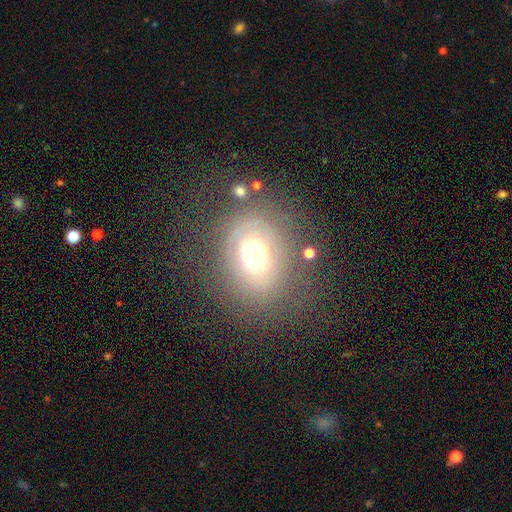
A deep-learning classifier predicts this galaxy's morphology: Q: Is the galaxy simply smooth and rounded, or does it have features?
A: featured or disk — 61%.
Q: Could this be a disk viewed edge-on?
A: no — 94%.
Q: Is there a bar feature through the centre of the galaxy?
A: no — 88%.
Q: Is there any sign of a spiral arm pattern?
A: no — 64%.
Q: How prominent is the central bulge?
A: moderate — 62%.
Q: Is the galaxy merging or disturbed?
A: none — 71%.